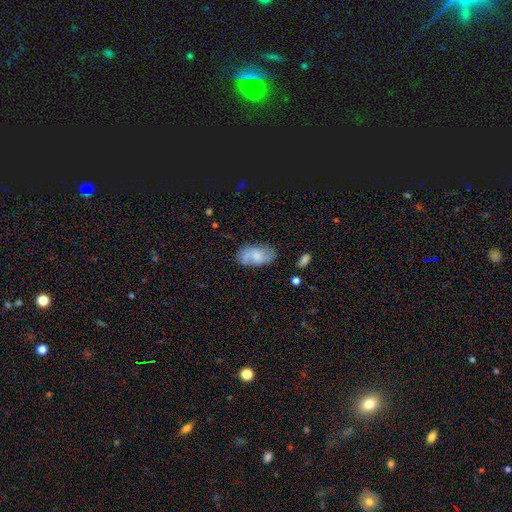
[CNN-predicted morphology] This is possibly a featured or disk galaxy (49%). Merging: likely none (68%).